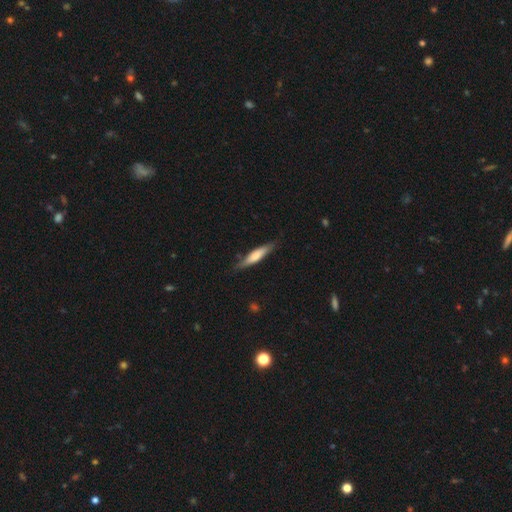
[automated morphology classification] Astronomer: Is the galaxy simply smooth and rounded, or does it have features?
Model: smooth — 61%.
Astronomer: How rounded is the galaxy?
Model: cigar-shaped — 84%.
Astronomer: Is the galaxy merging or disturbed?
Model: none — 80%.